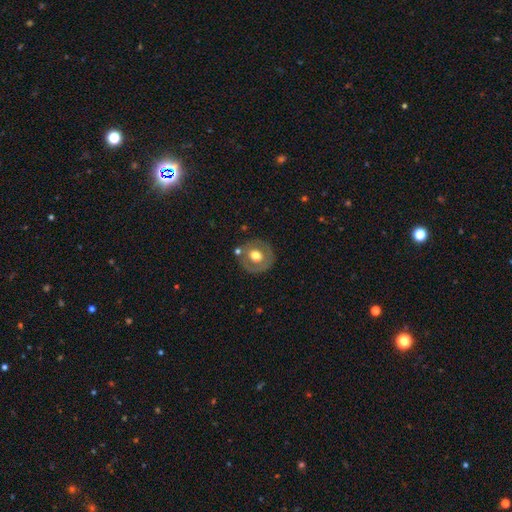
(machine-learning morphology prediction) Smooth or featured: smooth — 52% (featured or disk — 41%)
How rounded: round — 86% (in between — 13%)
Merging: none — 76% (minor disturbance — 13%)